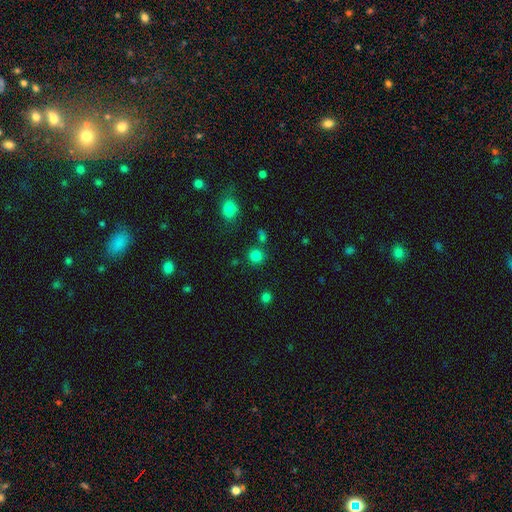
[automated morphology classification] type=smooth (81%); roundness=round (90%); merging=none (80%).